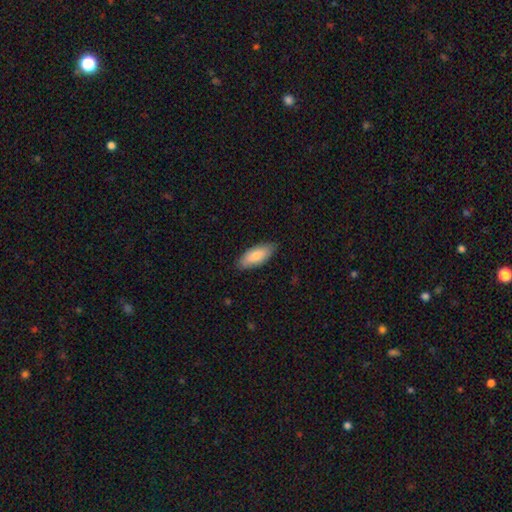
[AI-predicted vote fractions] Smooth or featured? Predicted: smooth (p=0.78). How rounded? Predicted: in between (p=0.80). Merging? Predicted: none (p=0.85).